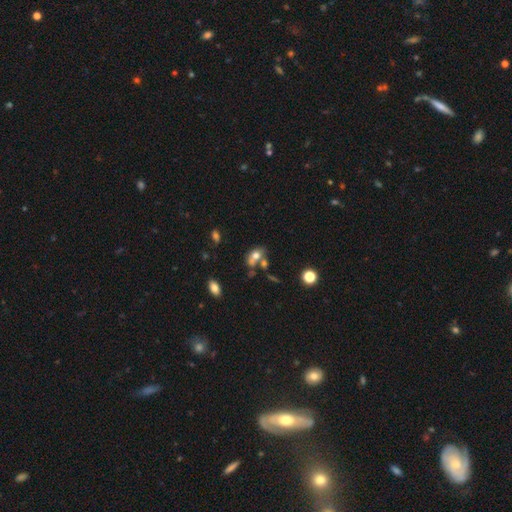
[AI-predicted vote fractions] The model was most divided on "merging": merger: 41%, none: 37%, minor disturbance: 15%, major disturbance: 8%. More confident: how rounded — in between (75%); smooth or featured — smooth (65%).